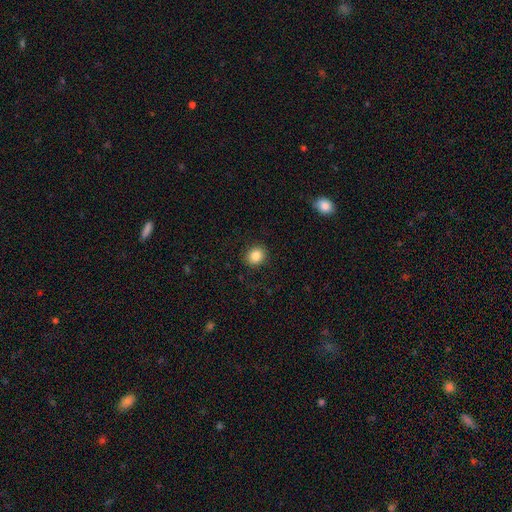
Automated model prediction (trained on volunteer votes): Smooth or featured: smooth — 85% (star or artifact — 10%)
How rounded: round — 72% (in between — 27%)
Merging: none — 89% (minor disturbance — 7%)